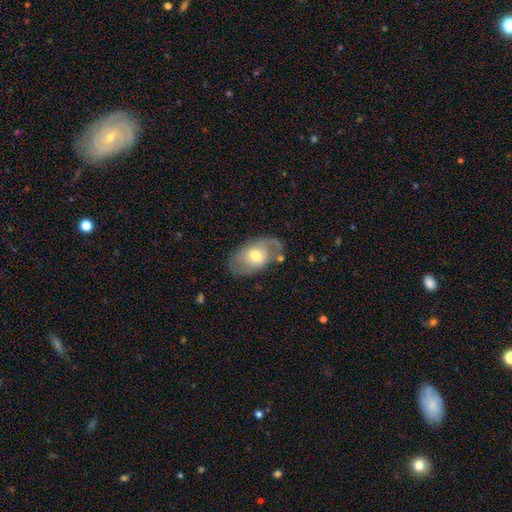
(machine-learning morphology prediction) smooth_or_featured: featured or disk (p=0.53) [alt: smooth p=0.40]
disk_edge_on: no (p=0.92) [alt: yes p=0.08]
merging: none (p=0.59) [alt: minor disturbance p=0.23]